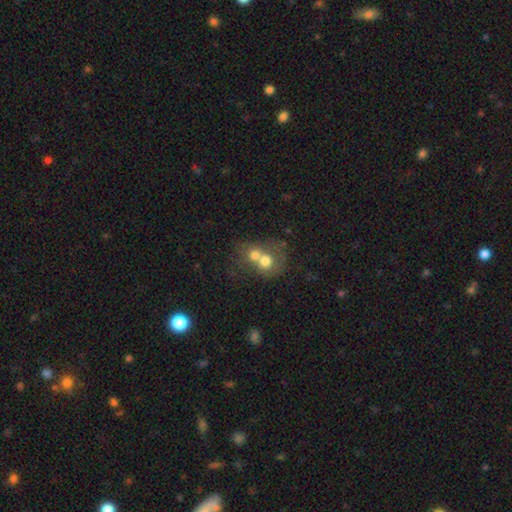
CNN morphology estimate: A smooth galaxy with no disk features (65%) that is round (72%). Merging: merger (72%).